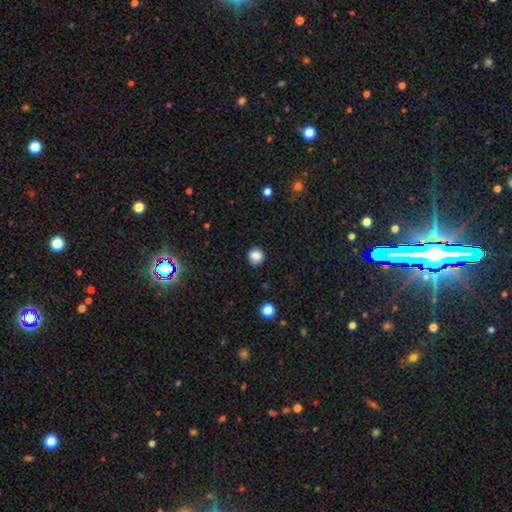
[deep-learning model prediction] Q: Smooth or featured?
A: smooth (85%); runner-up: star or artifact (11%)
Q: How rounded?
A: round (89%); runner-up: in between (10%)
Q: Merging?
A: none (84%); runner-up: minor disturbance (12%)